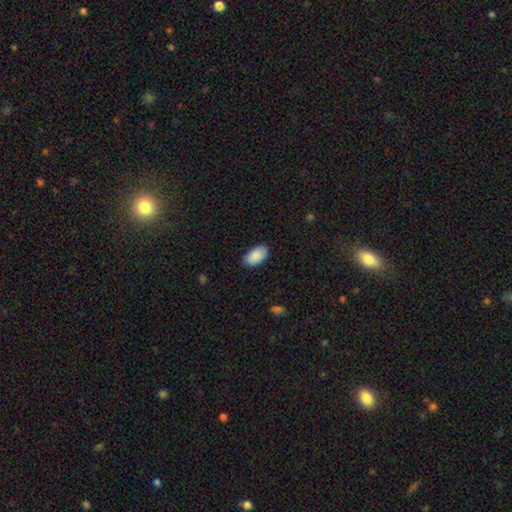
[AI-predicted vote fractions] Overall: smooth (89%). How rounded: in between (96%). Merging: none (86%).